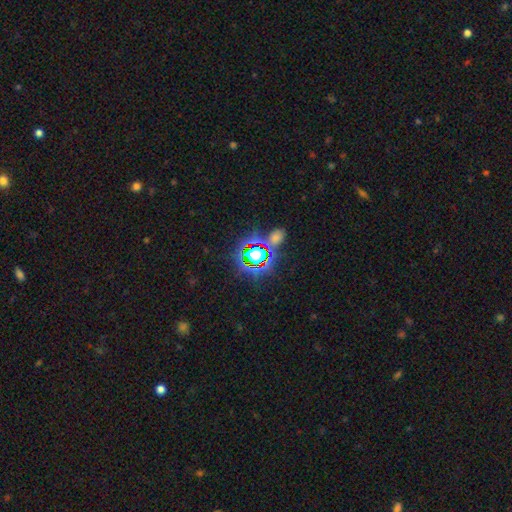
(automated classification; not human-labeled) Smooth or featured: star or artifact — 76% (smooth — 16%)